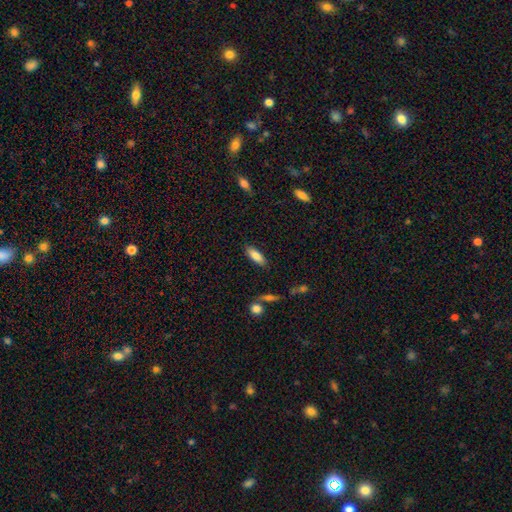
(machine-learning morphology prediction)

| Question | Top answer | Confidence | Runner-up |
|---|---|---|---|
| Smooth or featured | smooth | 84% | featured or disk (9%) |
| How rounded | in between | 66% | cigar-shaped (32%) |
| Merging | none | 84% | minor disturbance (11%) |